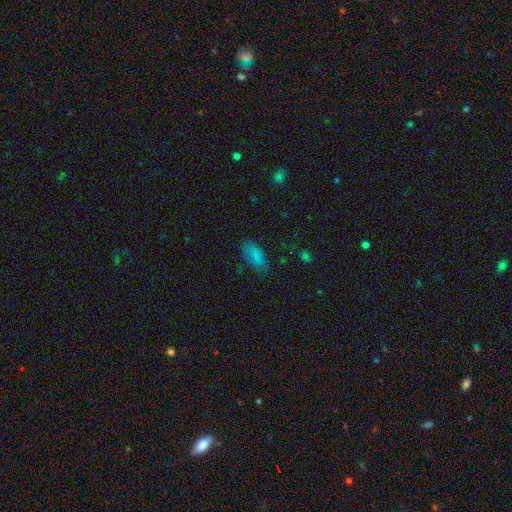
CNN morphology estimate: smooth-or-featured: smooth: 82% | star or artifact: 10% | featured or disk: 8%
  how-rounded: in between: 88% | cigar-shaped: 9% | round: 3%
  merging: none: 75% | minor disturbance: 18% | major disturbance: 5% | merger: 2%